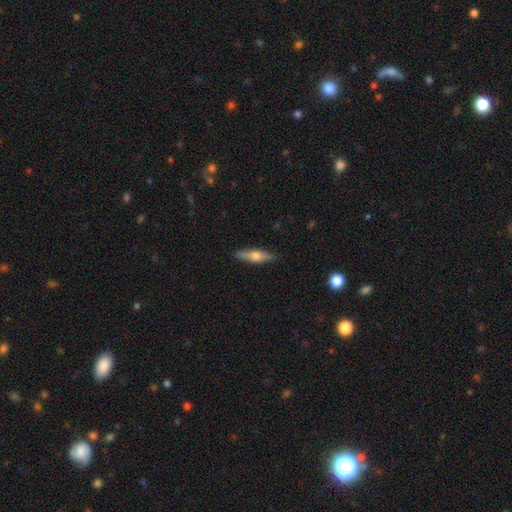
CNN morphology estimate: featured or disk 50%, smooth 44%, star or artifact 6%. Down the decision tree: merging — none (89%).